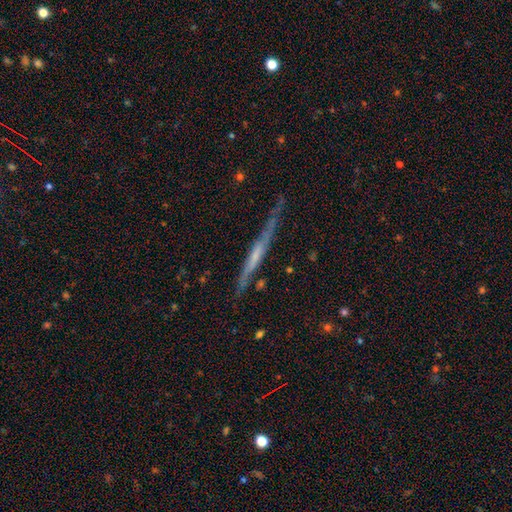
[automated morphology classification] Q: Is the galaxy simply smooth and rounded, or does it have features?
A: featured or disk — 68%.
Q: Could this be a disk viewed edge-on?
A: yes — 94%.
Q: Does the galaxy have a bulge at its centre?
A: none — 61%.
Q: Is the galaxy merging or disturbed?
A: none — 72%.